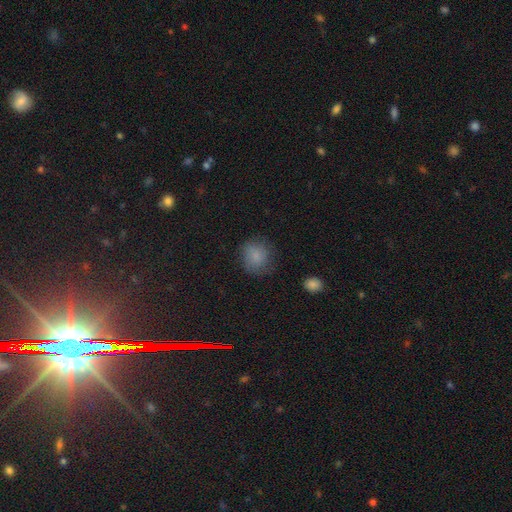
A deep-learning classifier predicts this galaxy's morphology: smooth_or_featured: smooth (p=0.82) [alt: star or artifact p=0.10]
how_rounded: round (p=0.85) [alt: in between p=0.14]
merging: none (p=0.73) [alt: minor disturbance p=0.19]